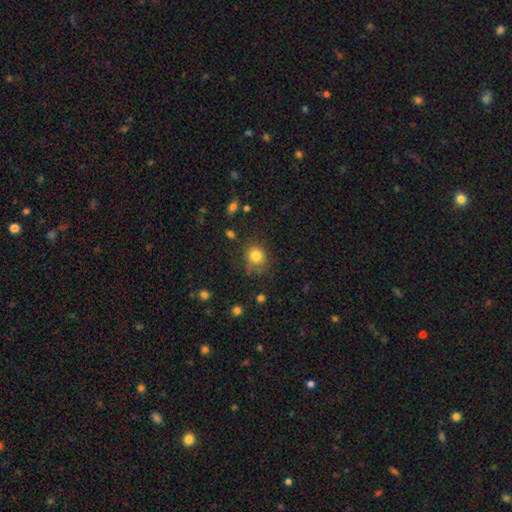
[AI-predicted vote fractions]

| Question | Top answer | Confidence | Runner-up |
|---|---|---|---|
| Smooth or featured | smooth | 81% | star or artifact (12%) |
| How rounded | round | 79% | in between (20%) |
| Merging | none | 67% | minor disturbance (22%) |